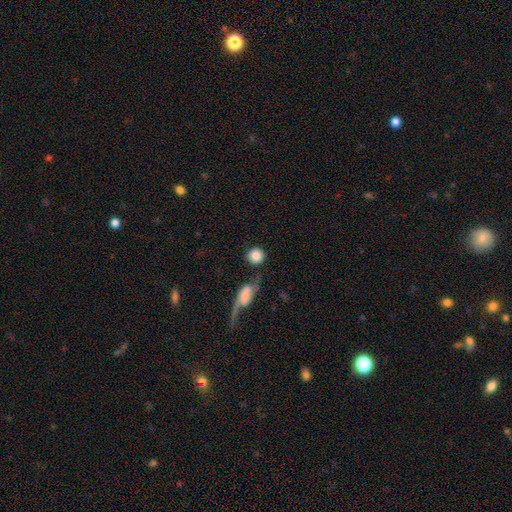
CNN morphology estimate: Smooth or featured: smooth — 84% (featured or disk — 9%)
How rounded: round — 90% (in between — 8%)
Merging: none — 62% (merger — 19%)